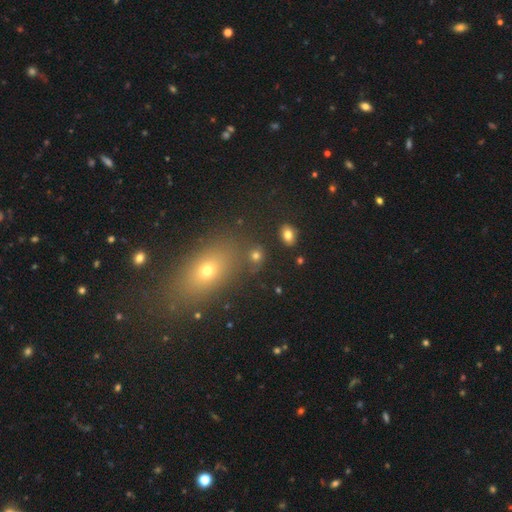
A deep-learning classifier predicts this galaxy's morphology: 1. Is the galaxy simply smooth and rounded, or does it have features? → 72% smooth, 18% star or artifact, 10% featured or disk.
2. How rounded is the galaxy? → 49% in between (tied), 49% round (tied), 2% cigar-shaped.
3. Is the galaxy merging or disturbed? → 75% none, 10% minor disturbance, 10% merger, 5% major disturbance.